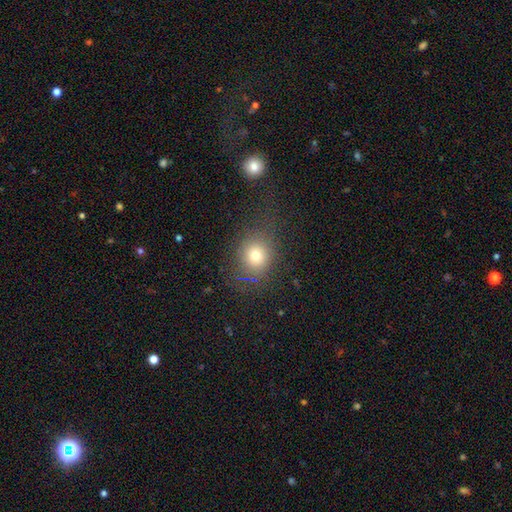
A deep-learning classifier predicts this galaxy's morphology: smooth_or_featured: smooth (p=0.72) [alt: star or artifact p=0.16]
how_rounded: round (p=0.74) [alt: in between p=0.24]
merging: none (p=0.72) [alt: minor disturbance p=0.13]